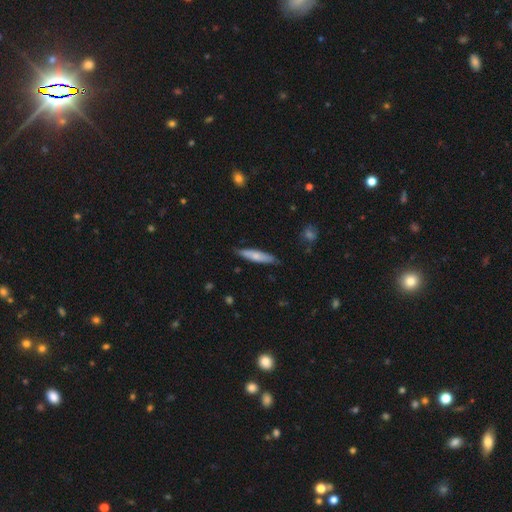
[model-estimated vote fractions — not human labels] smooth-or-featured: smooth: 69% | featured or disk: 26% | star or artifact: 5%
  how-rounded: cigar-shaped: 82% | in between: 17% | round: 2%
  merging: none: 82% | minor disturbance: 14% | major disturbance: 2% | merger: 1%